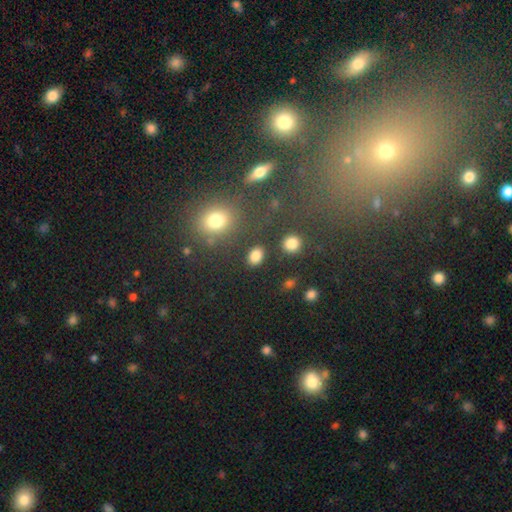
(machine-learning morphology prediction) A smooth galaxy with no disk features (83%) that is in between round and cigar-shaped (66%).

Vote fractions:
- Smooth or featured? smooth: 83% / star or artifact: 12% / featured or disk: 5%
- How rounded? in between: 66% / round: 32% / cigar-shaped: 1%
- Merging? none: 83% / minor disturbance: 9% / merger: 5% / major disturbance: 3%